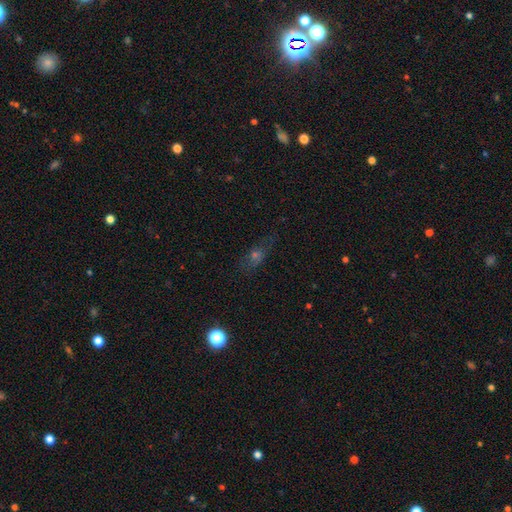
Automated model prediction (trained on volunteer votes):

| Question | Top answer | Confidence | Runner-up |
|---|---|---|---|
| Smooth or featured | smooth | 40% | star or artifact (32%) |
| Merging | none | 72% | minor disturbance (17%) |